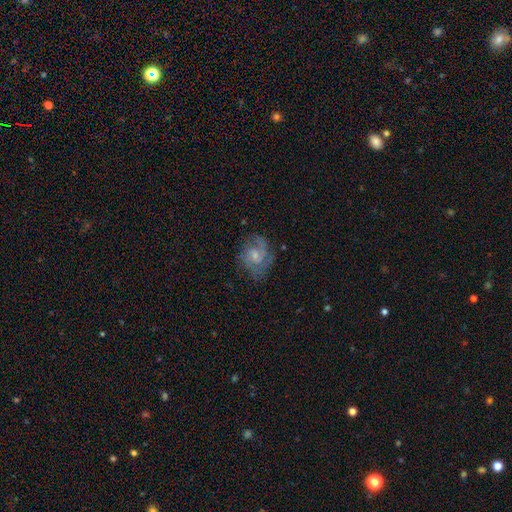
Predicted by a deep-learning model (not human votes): The model was most divided on "spiral winding": medium: 47%, tight: 35%, loose: 18%. Remaining: edge-on disk — no (98%); spiral arms — yes (88%); smooth or featured — featured or disk (71%); merging — none (64%); bulge size — small (58%); bar — no (55%); spiral arm count — 2 (49%).